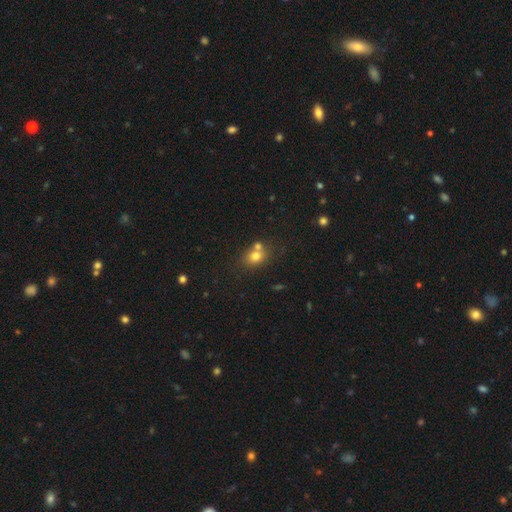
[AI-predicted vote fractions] The model was most divided on "how rounded": round: 56%, in between: 43%, cigar-shaped: 1%. More confident: smooth or featured — smooth (74%); merging — none (51%).